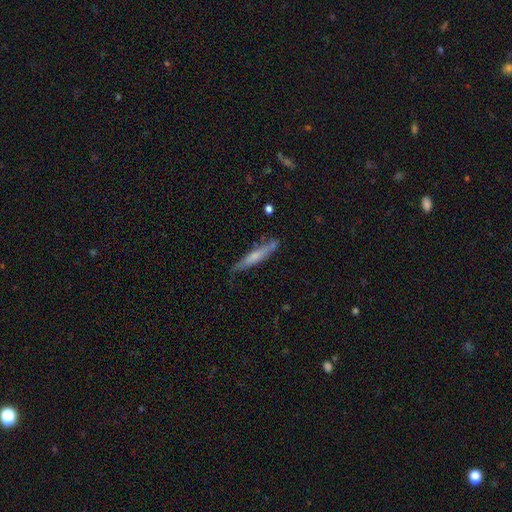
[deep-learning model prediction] This appears to be a smooth galaxy with no disk features (50%). Merging: none (72%).